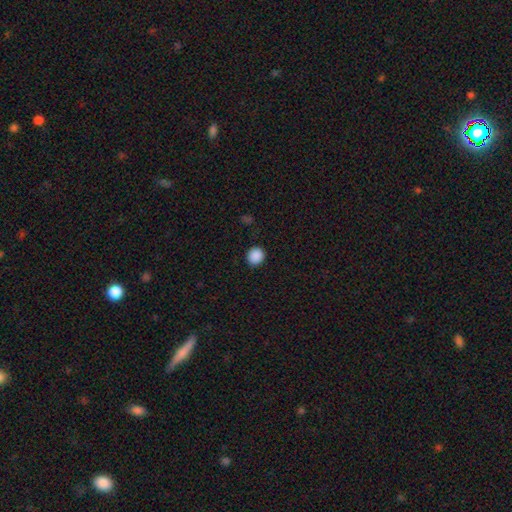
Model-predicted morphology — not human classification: smooth-or-featured: smooth: 88% | star or artifact: 9% | featured or disk: 2%
  how-rounded: round: 88% | in between: 11% | cigar-shaped: 1%
  merging: none: 91% | minor disturbance: 6% | major disturbance: 2% | merger: 1%